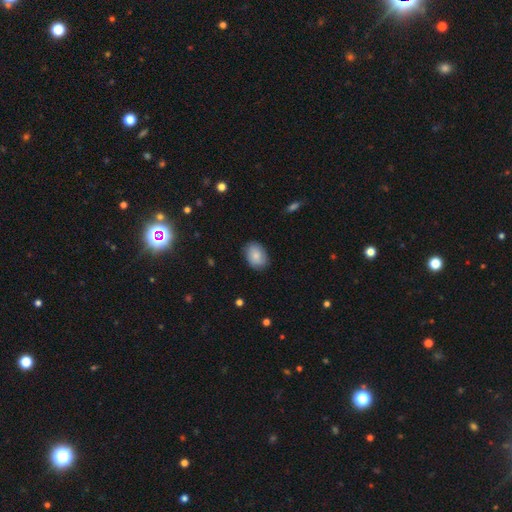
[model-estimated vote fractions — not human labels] Smooth or featured?
  - smooth: 82% *
  - featured or disk: 12%
  - star or artifact: 7%
How rounded?
  - in between: 78% *
  - round: 21%
  - cigar-shaped: 1%
Merging?
  - none: 83% *
  - minor disturbance: 13%
  - major disturbance: 3%
  - merger: 1%